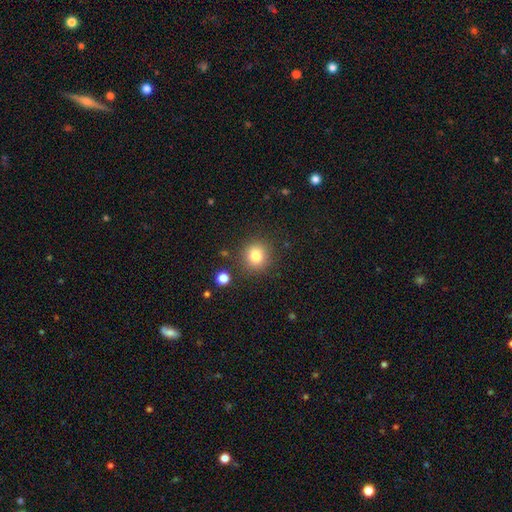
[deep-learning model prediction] smooth 81%, star or artifact 12%, featured or disk 7%. Down the decision tree: how rounded — round (91%); merging — none (86%).